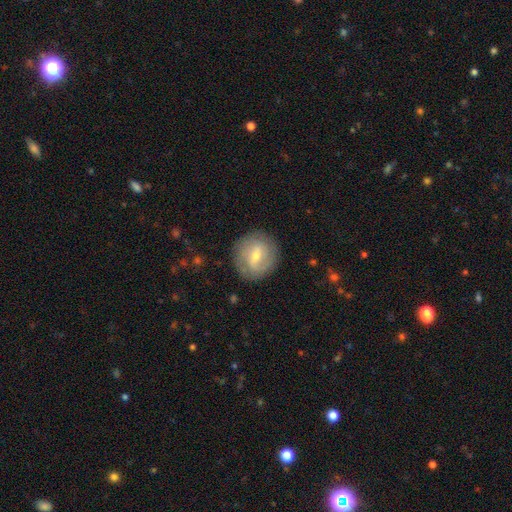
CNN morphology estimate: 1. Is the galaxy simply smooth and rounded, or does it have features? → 54% featured or disk, 39% smooth, 7% star or artifact.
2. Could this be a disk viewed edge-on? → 96% no, 4% yes.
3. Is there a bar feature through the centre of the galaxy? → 54% weak, 23% strong, 22% no.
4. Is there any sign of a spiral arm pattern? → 64% yes, 36% no.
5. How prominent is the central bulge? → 51% small, 46% moderate, 2% large, 1% none, 1% dominant.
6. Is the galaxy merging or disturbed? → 84% none, 11% minor disturbance, 4% major disturbance, 1% merger.